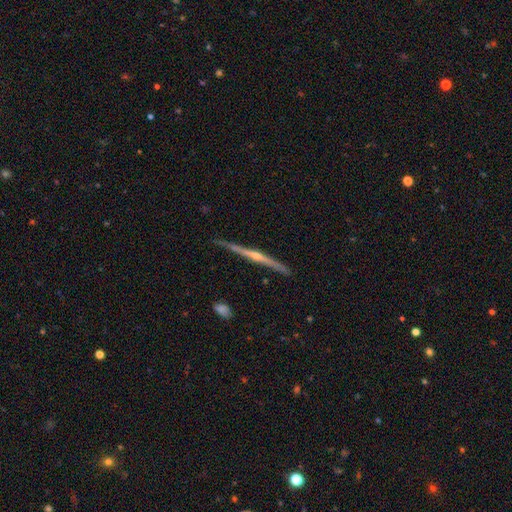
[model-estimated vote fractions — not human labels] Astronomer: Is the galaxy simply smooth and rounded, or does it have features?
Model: featured or disk — 82%.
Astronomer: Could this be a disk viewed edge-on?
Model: yes — 98%.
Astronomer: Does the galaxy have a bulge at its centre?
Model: rounded — 79%.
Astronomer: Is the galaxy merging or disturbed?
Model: none — 88%.